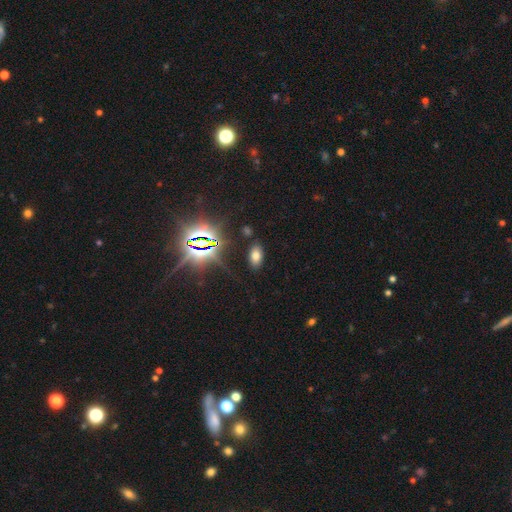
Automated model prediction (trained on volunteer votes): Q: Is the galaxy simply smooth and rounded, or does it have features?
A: smooth — 63%.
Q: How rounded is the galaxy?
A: in between — 92%.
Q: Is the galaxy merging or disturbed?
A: none — 87%.